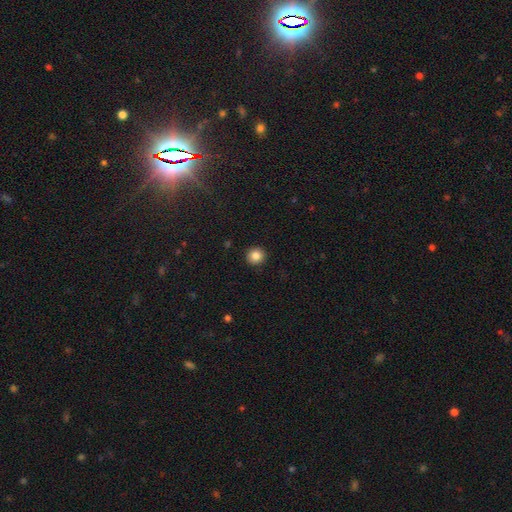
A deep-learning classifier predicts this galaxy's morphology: The model was most divided on "smooth or featured": smooth: 85%, star or artifact: 10%, featured or disk: 4%. More confident: how rounded — round (93%); merging — none (92%).